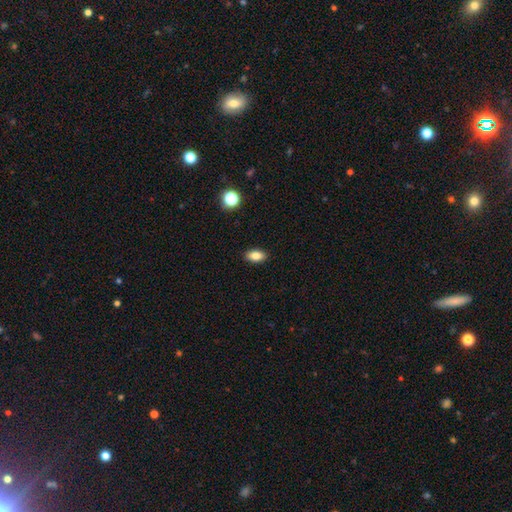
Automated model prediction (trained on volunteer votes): Q: Smooth or featured?
A: smooth (84%); runner-up: star or artifact (9%)
Q: How rounded?
A: in between (89%); runner-up: round (8%)
Q: Merging?
A: none (90%); runner-up: minor disturbance (7%)